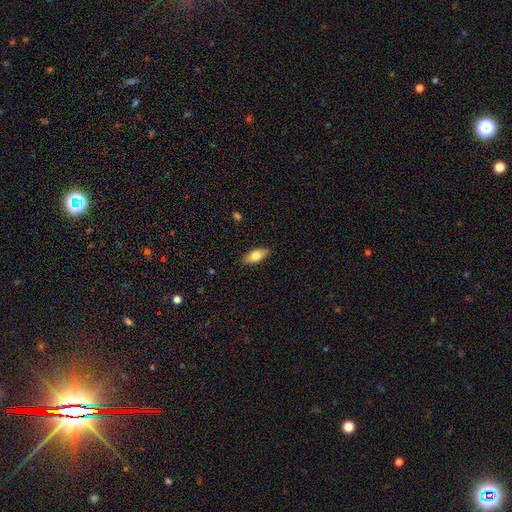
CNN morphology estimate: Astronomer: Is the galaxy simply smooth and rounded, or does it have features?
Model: smooth — 71%.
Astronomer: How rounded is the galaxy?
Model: in between — 80%.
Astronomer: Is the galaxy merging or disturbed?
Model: none — 88%.